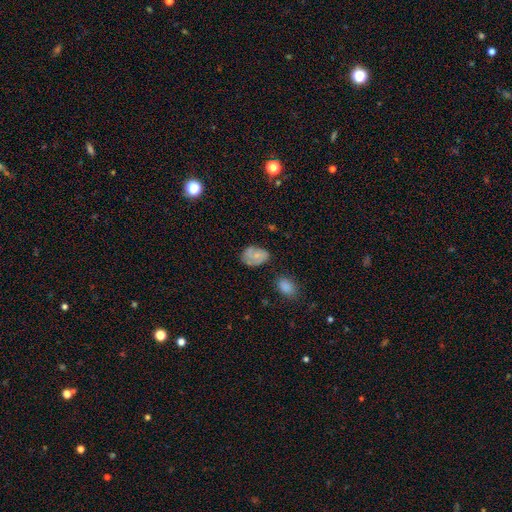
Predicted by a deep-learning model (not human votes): A smooth galaxy with no disk features (49%). Merging: none (59%).